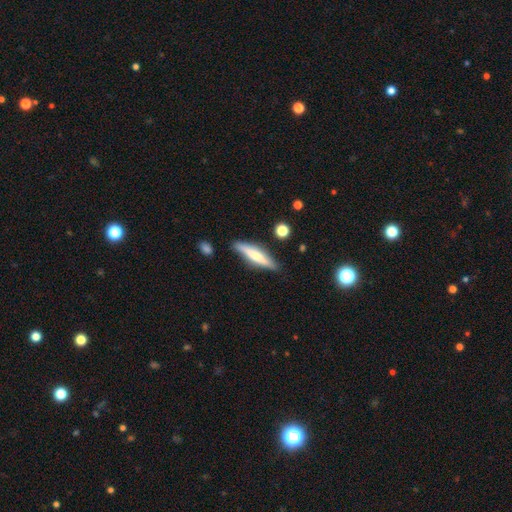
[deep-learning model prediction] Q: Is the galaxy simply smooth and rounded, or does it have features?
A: smooth — 51%.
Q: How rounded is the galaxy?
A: cigar-shaped — 80%.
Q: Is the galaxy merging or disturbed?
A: none — 82%.